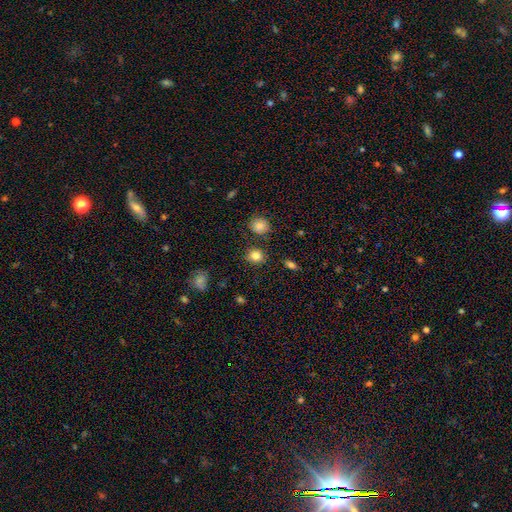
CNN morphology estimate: A smooth galaxy with no disk features (81%) that is round (79%).

Vote fractions:
- Smooth or featured? smooth: 81% / star or artifact: 12% / featured or disk: 7%
- How rounded? round: 79% / in between: 20% / cigar-shaped: 1%
- Merging? none: 85% / minor disturbance: 9% / merger: 3% / major disturbance: 3%